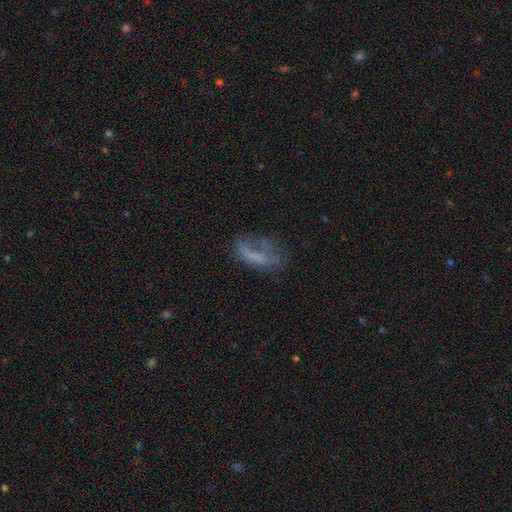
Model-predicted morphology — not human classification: Smooth or featured? Predicted: smooth (p=0.48). Merging? Predicted: major disturbance (p=0.37).